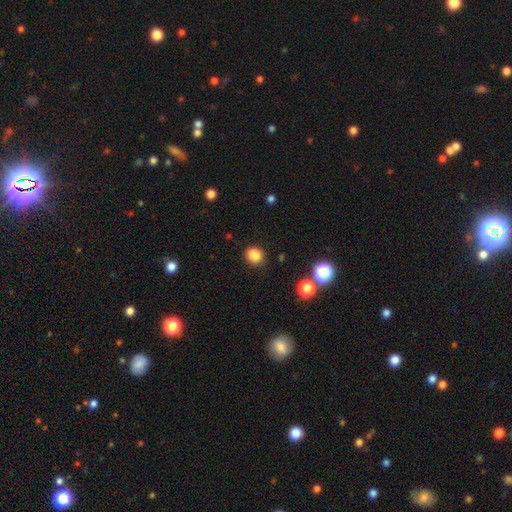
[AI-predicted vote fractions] A smooth galaxy with no disk features (83%) that is round (76%).

Vote fractions:
- Smooth or featured? smooth: 83% / star or artifact: 13% / featured or disk: 4%
- How rounded? round: 76% / in between: 23% / cigar-shaped: 1%
- Merging? none: 82% / minor disturbance: 11% / merger: 4% / major disturbance: 3%